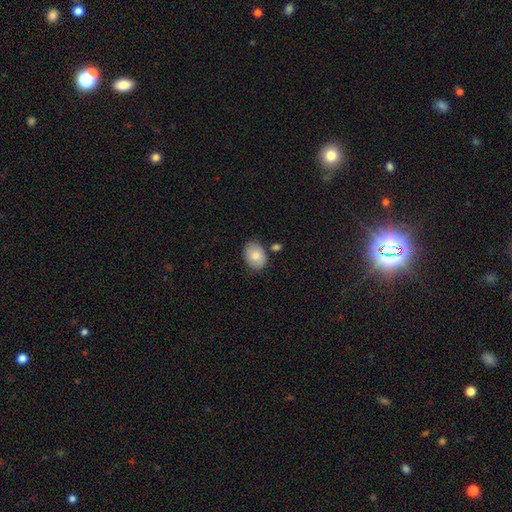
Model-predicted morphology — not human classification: smooth 79%, featured or disk 15%, star or artifact 7%. Down the decision tree: how rounded — in between (74%); merging — none (75%).